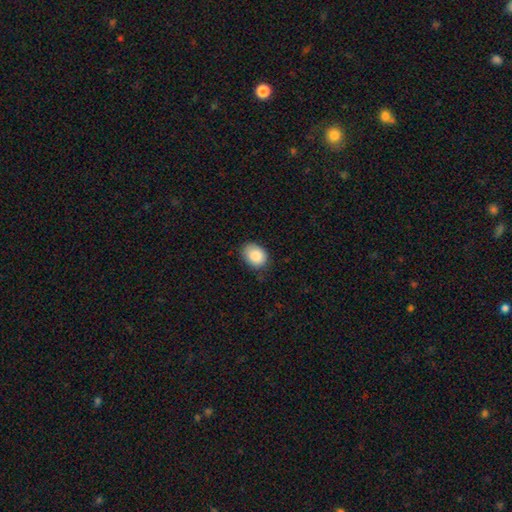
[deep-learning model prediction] Smooth or featured: smooth — 88% (star or artifact — 7%)
How rounded: in between — 71% (round — 28%)
Merging: none — 76% (minor disturbance — 20%)